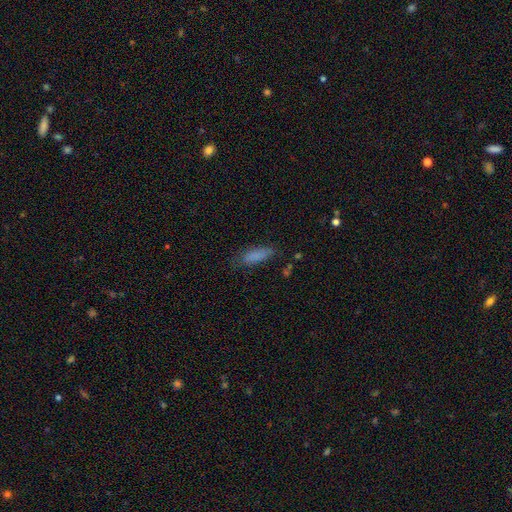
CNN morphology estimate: This is clearly a smooth galaxy (82%). How rounded: possibly in between (56%). Merging: likely none (67%).